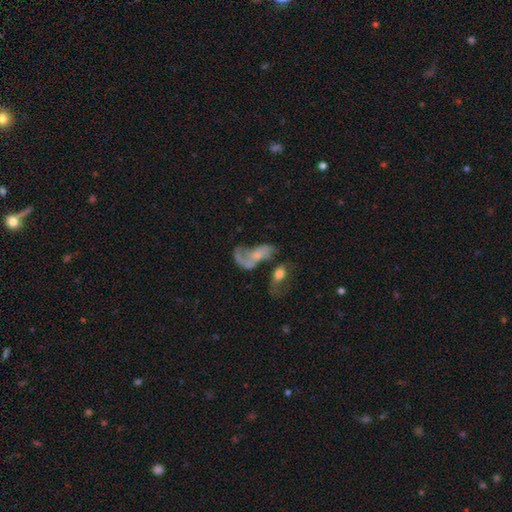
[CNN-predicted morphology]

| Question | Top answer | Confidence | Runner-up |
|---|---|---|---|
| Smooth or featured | featured or disk | 60% | smooth (28%) |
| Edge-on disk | no | 94% | yes (6%) |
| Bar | no | 76% | weak (20%) |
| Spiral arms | yes | 65% | no (35%) |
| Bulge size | small | 42% | moderate (30%) |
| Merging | merger | 41% | major disturbance (28%) |